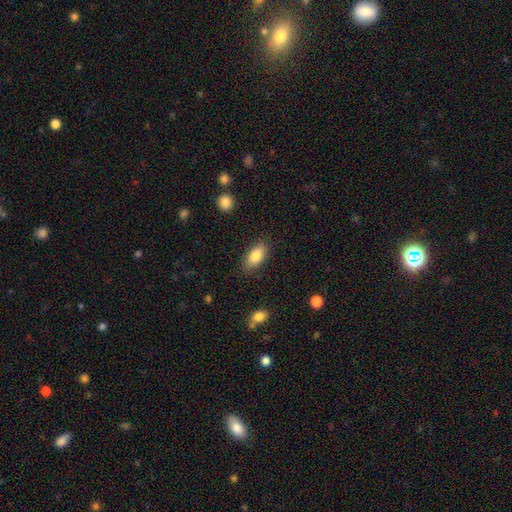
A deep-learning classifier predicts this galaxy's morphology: A smooth galaxy with no disk features (84%) that is in between round and cigar-shaped (89%).

Vote fractions:
- Smooth or featured? smooth: 84% / featured or disk: 9% / star or artifact: 7%
- How rounded? in between: 89% / cigar-shaped: 7% / round: 4%
- Merging? none: 85% / minor disturbance: 11% / major disturbance: 3% / merger: 1%